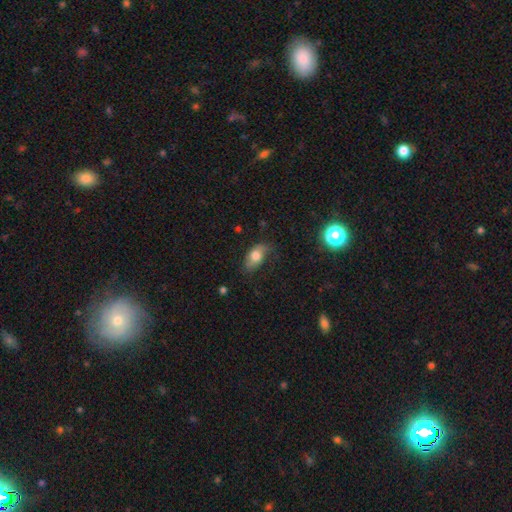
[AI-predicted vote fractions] The model was most divided on "merging": none: 56%, minor disturbance: 30%, major disturbance: 12%, merger: 2%. More confident: how rounded — in between (86%); smooth or featured — smooth (67%).